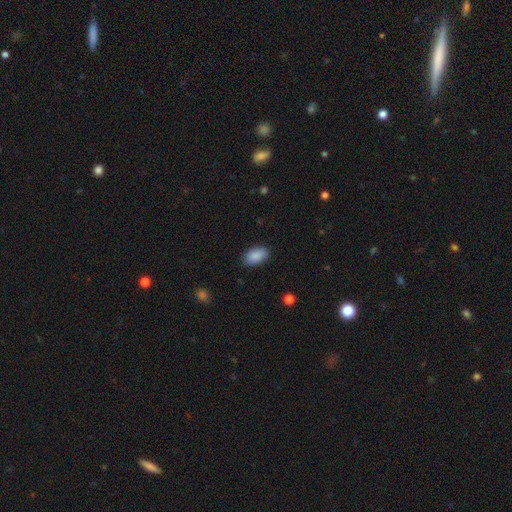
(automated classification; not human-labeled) Smooth or featured?
  - smooth: 89% *
  - star or artifact: 7%
  - featured or disk: 4%
How rounded?
  - in between: 94% *
  - round: 4%
  - cigar-shaped: 2%
Merging?
  - none: 86% *
  - minor disturbance: 11%
  - major disturbance: 2%
  - merger: 1%